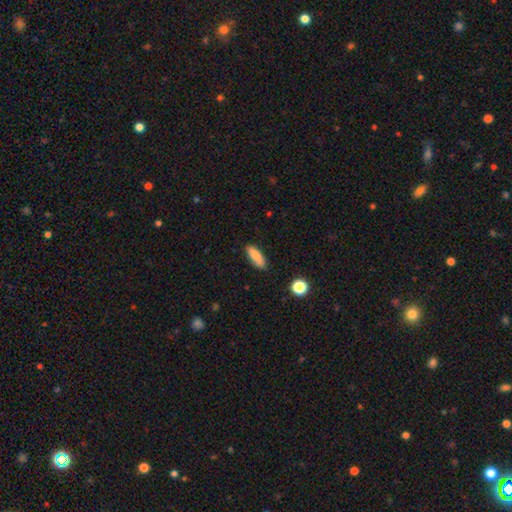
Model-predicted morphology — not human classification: This appears to be a smooth galaxy with no disk features (84%) that is in between round and cigar-shaped (59%). Merging: none (84%).